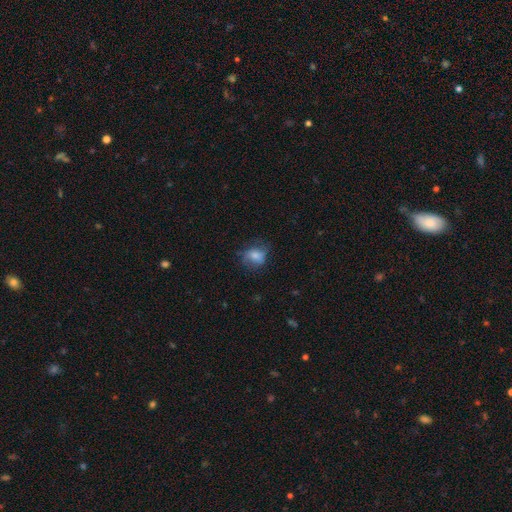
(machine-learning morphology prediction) Overall: smooth (68%). How rounded: in between (52%; round 47%). Merging: none (56%; minor disturbance 26%).